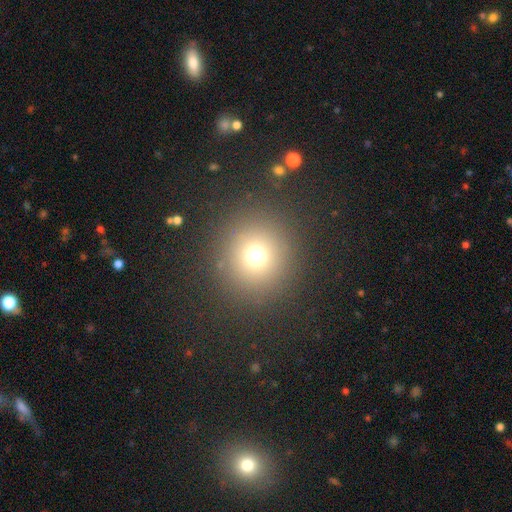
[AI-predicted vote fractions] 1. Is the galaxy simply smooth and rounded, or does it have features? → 70% smooth, 21% star or artifact, 9% featured or disk.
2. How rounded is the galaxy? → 93% round, 6% in between, 1% cigar-shaped.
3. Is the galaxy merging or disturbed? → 88% none, 6% minor disturbance, 4% major disturbance, 2% merger.